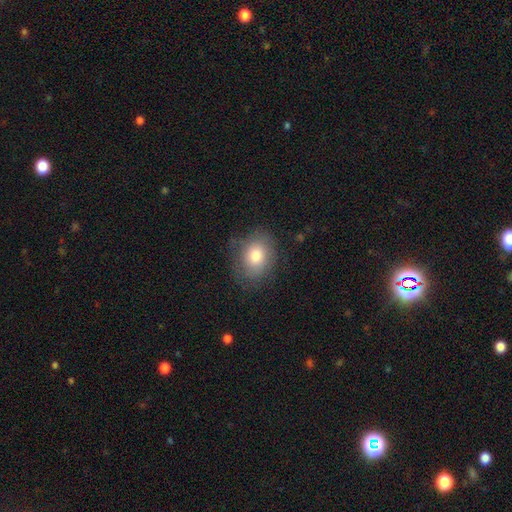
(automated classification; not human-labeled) smooth-or-featured: smooth: 78% | featured or disk: 13% | star or artifact: 8%
  how-rounded: in between: 55% | round: 44% | cigar-shaped: 1%
  merging: none: 76% | minor disturbance: 17% | major disturbance: 6% | merger: 1%